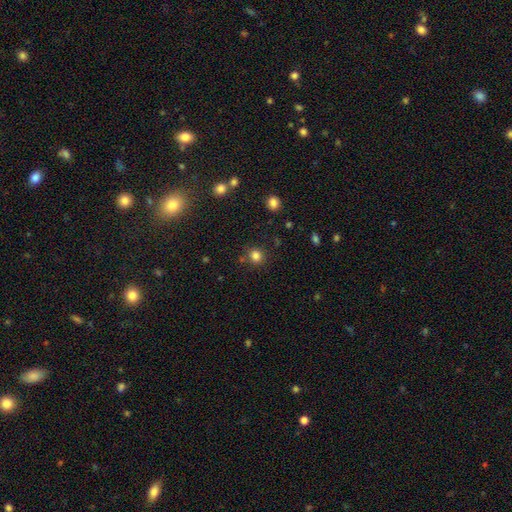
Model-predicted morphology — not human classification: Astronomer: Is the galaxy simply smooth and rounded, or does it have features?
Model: smooth — 82%.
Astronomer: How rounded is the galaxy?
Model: round — 84%.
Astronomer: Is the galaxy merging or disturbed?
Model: none — 81%.